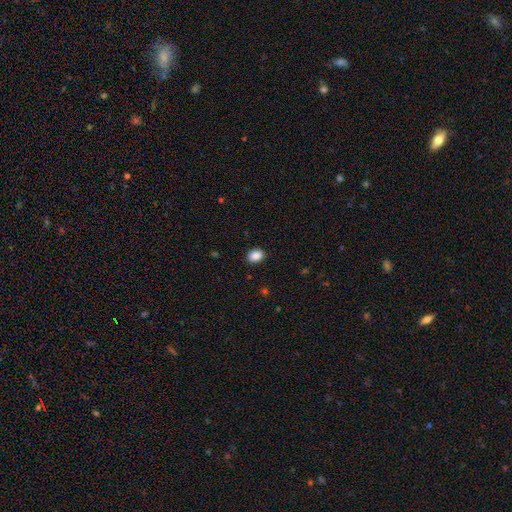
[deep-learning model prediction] smooth_or_featured: smooth (p=0.89) [alt: star or artifact p=0.09]
how_rounded: in between (p=0.65) [alt: round p=0.34]
merging: none (p=0.89) [alt: minor disturbance p=0.08]